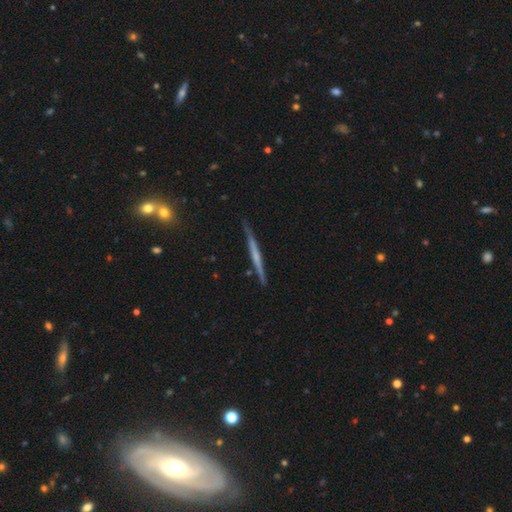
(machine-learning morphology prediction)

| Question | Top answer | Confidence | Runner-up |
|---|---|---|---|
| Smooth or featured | featured or disk | 62% | smooth (32%) |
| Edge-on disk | yes | 98% | no (2%) |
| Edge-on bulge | none | 71% | rounded (20%) |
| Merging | none | 86% | minor disturbance (11%) |